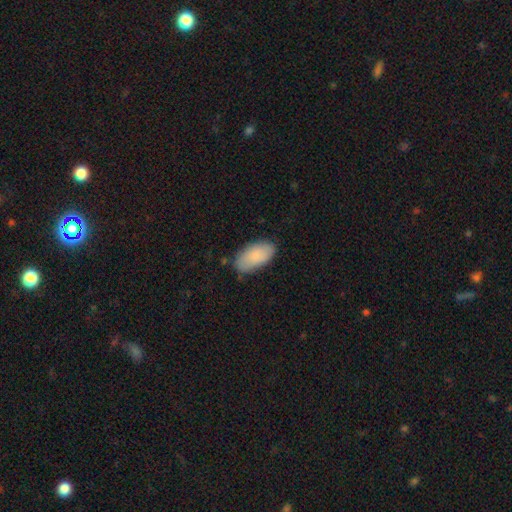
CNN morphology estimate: Smooth or featured?
  - smooth: 86% *
  - featured or disk: 9%
  - star or artifact: 6%
How rounded?
  - in between: 95% *
  - cigar-shaped: 3%
  - round: 2%
Merging?
  - none: 77% *
  - minor disturbance: 18%
  - major disturbance: 3%
  - merger: 2%